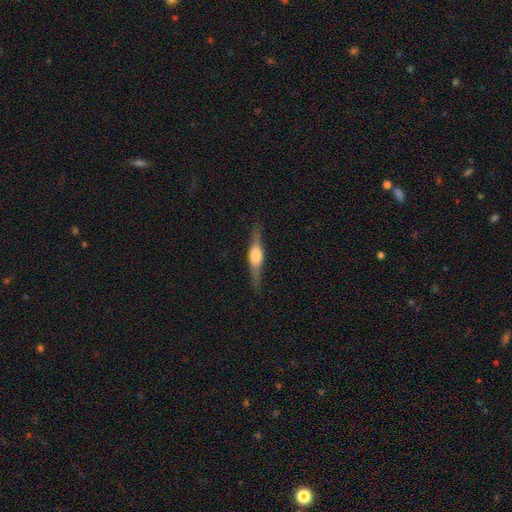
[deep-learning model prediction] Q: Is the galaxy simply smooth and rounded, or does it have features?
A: featured or disk — 67%.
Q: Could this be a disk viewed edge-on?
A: yes — 96%.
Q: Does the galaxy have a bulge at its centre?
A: rounded — 83%.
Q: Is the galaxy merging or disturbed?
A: none — 86%.